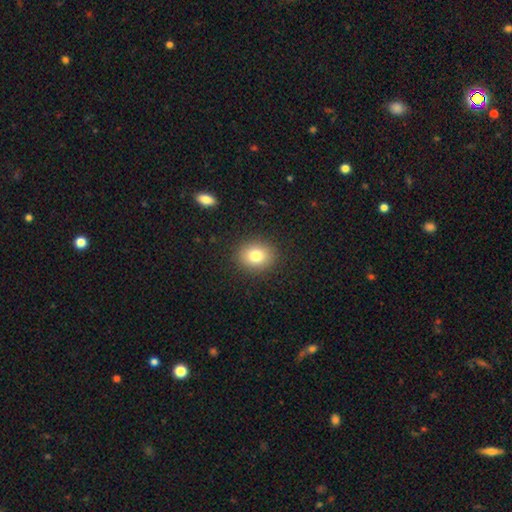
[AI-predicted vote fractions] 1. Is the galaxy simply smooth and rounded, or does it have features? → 80% smooth, 11% star or artifact, 9% featured or disk.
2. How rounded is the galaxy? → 64% round, 35% in between, 1% cigar-shaped.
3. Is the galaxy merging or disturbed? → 89% none, 7% minor disturbance, 3% major disturbance, 1% merger.